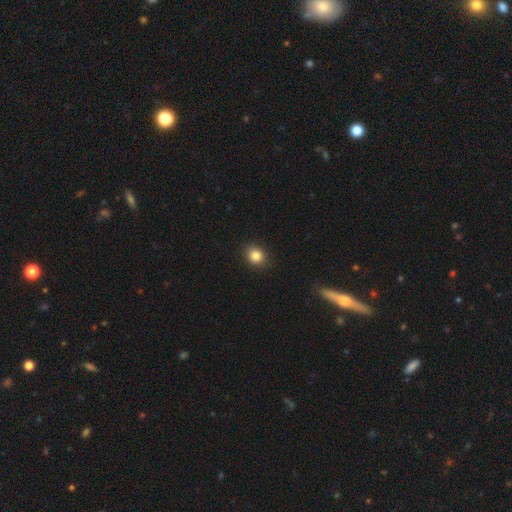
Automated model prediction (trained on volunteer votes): Q: Smooth or featured?
A: smooth (84%); runner-up: star or artifact (10%)
Q: How rounded?
A: round (62%); runner-up: in between (37%)
Q: Merging?
A: none (87%); runner-up: minor disturbance (10%)